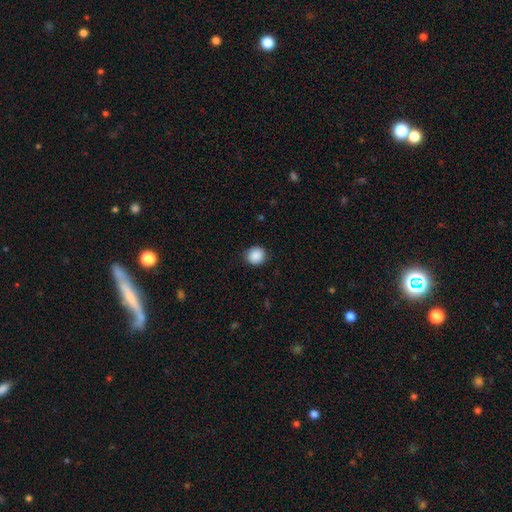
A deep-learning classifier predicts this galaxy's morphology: Smooth or featured? Predicted: smooth (p=0.89). How rounded? Predicted: round (p=0.84). Merging? Predicted: none (p=0.87).